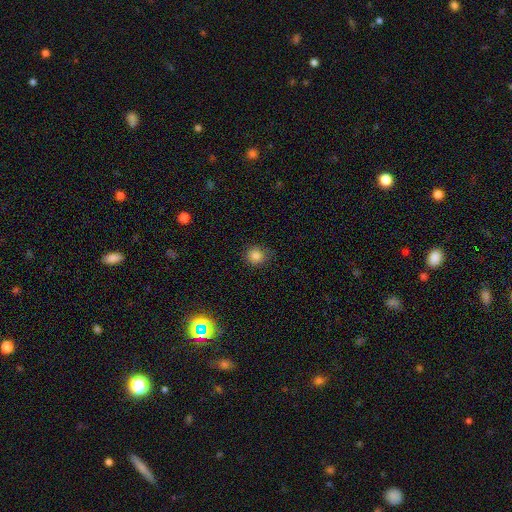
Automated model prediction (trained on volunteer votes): Smooth or featured?
  - smooth: 84% *
  - star or artifact: 12%
  - featured or disk: 4%
How rounded?
  - round: 89% *
  - in between: 10%
  - cigar-shaped: 1%
Merging?
  - none: 84% *
  - minor disturbance: 12%
  - major disturbance: 3%
  - merger: 1%